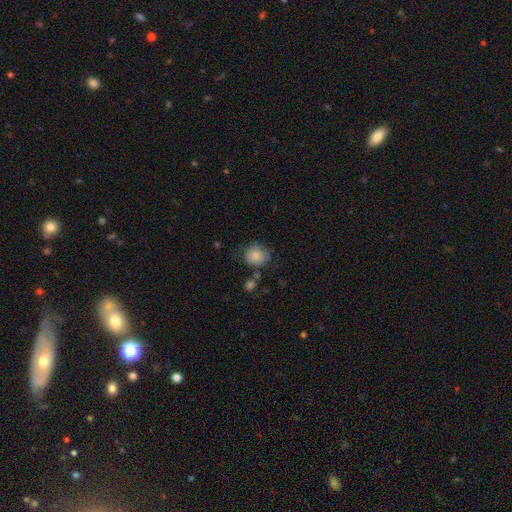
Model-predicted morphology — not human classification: This appears to be a smooth galaxy with no disk features (85%) that is round (77%). Merging: none (66%).